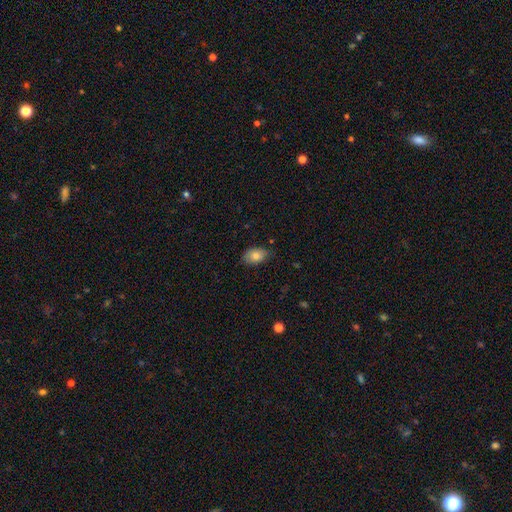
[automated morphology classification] Overall: smooth (80%). How rounded: in between (88%). Merging: none (73%).